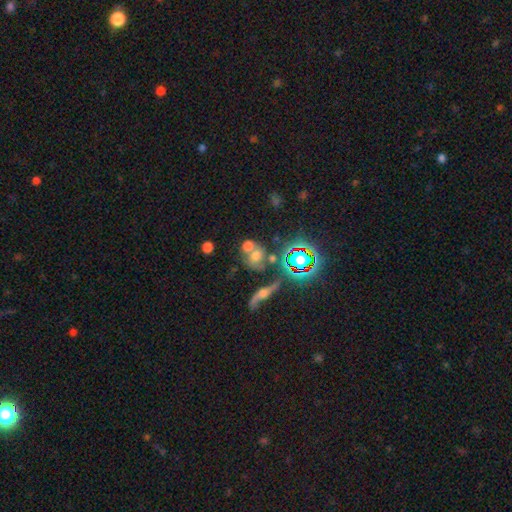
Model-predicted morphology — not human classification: This appears to be a smooth galaxy with no disk features (55%) that is round (61%). Merging: merger (43%).